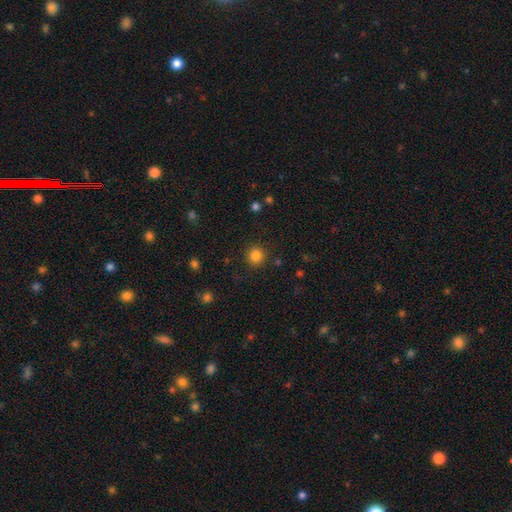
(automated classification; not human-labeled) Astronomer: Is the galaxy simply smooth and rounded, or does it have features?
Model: smooth — 84%.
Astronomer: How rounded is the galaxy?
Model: round — 94%.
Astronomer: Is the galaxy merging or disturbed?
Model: none — 90%.